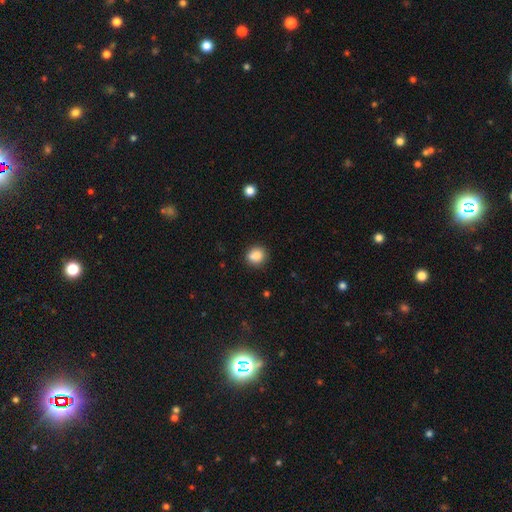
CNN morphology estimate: smooth-or-featured: smooth: 85% | star or artifact: 10% | featured or disk: 5%
  how-rounded: round: 81% | in between: 18% | cigar-shaped: 1%
  merging: none: 79% | minor disturbance: 12% | merger: 5% | major disturbance: 3%